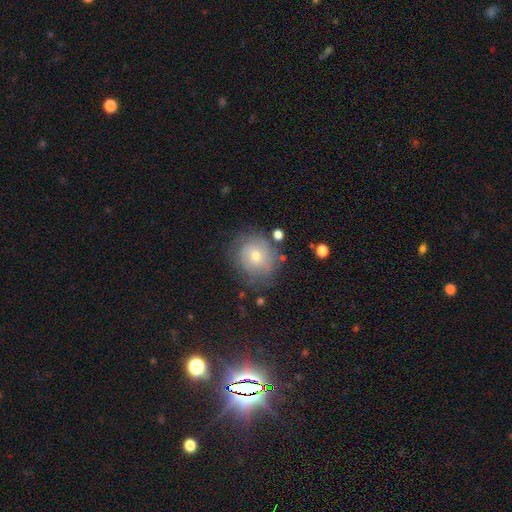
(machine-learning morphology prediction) A smooth galaxy with no disk features (51%) that is round (84%). Merging: none (70%).